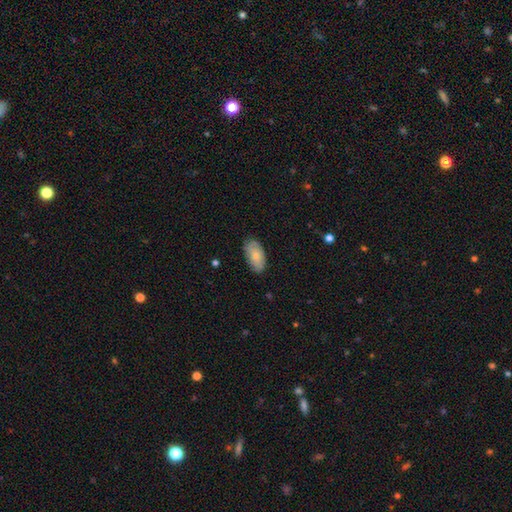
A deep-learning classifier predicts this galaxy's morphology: This is likely a smooth galaxy (73%). How rounded: clearly in between (94%). Merging: likely none (80%).